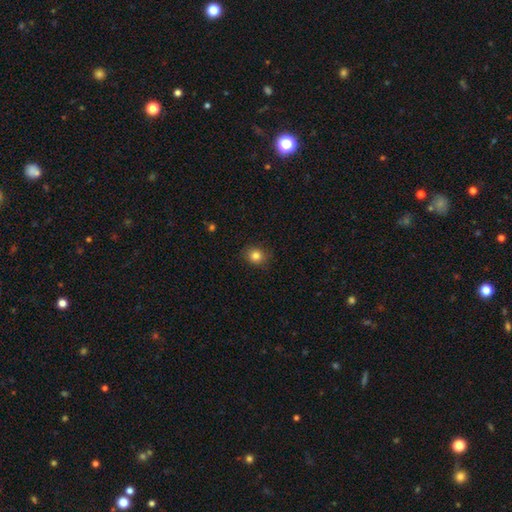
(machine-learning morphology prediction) The model was most divided on "how rounded": round: 76%, in between: 23%, cigar-shaped: 1%. More confident: merging — none (85%); smooth or featured — smooth (83%).